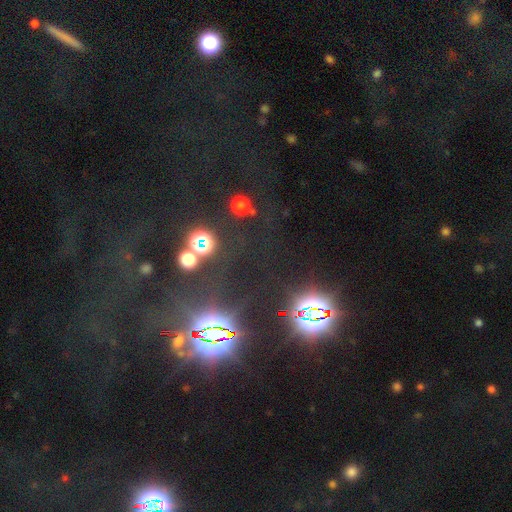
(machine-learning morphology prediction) Overall: star or artifact (75%).